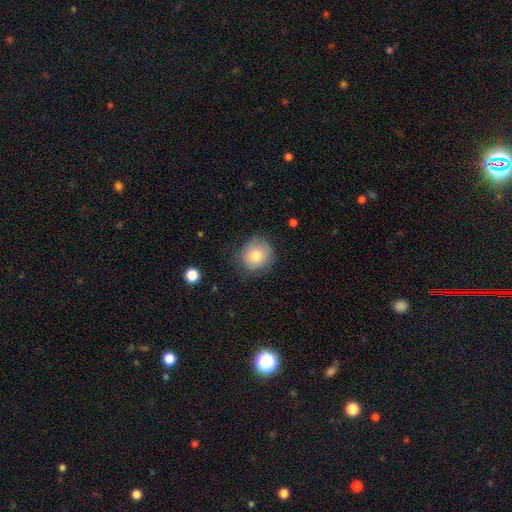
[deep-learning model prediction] Smooth or featured? smooth (78%)
How rounded? round (87%)
Merging? none (78%)